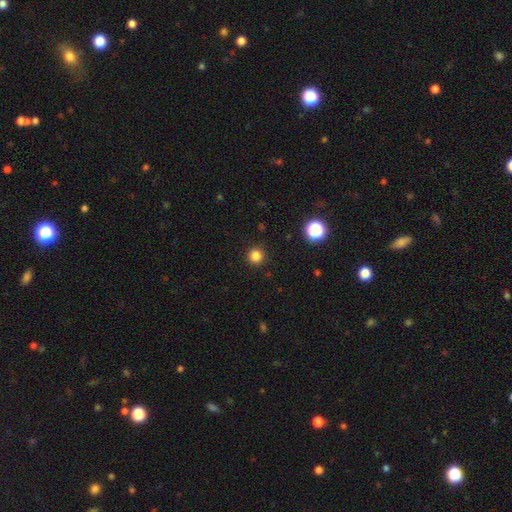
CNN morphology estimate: Smooth or featured? Predicted: smooth (p=0.83). How rounded? Predicted: round (p=0.95). Merging? Predicted: none (p=0.92).